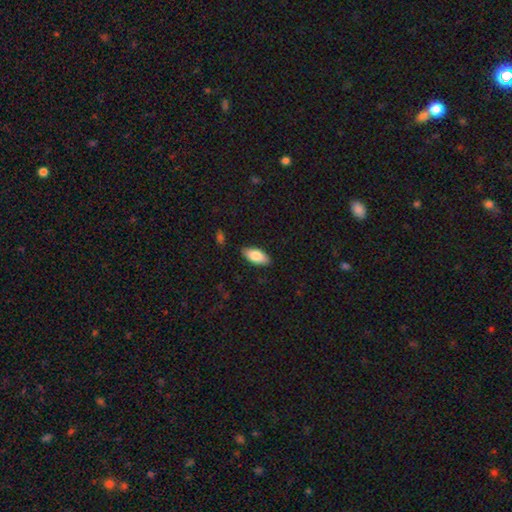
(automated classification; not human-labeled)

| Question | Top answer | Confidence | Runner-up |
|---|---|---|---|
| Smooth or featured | smooth | 81% | featured or disk (13%) |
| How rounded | in between | 88% | cigar-shaped (10%) |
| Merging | none | 87% | minor disturbance (10%) |